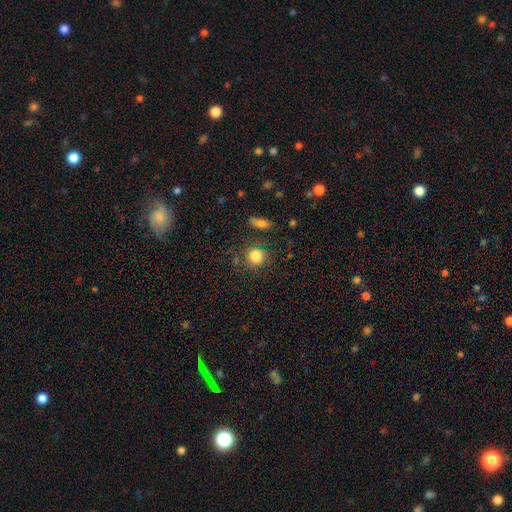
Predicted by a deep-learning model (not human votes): Overall: smooth (82%). How rounded: round (84%). Merging: none (78%).